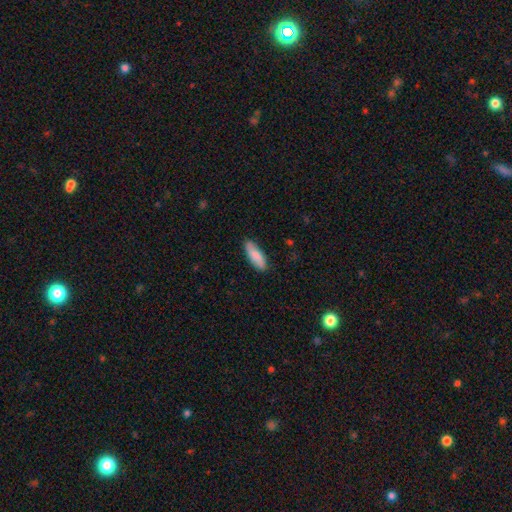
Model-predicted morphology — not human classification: type=smooth (80%); roundness=in between (64%); merging=none (84%).